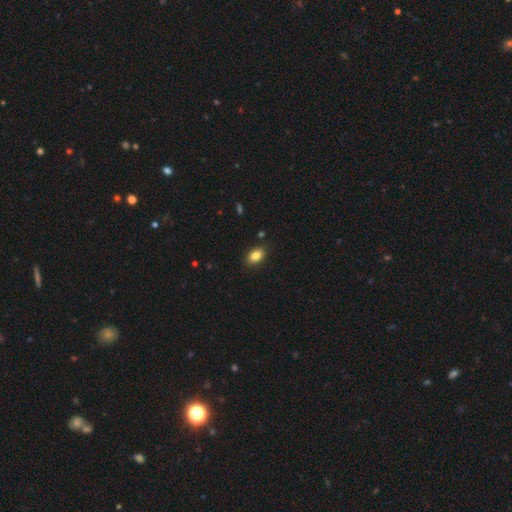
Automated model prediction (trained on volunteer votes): smooth_or_featured: smooth (p=0.84) [alt: star or artifact p=0.09]
how_rounded: in between (p=0.84) [alt: round p=0.14]
merging: none (p=0.86) [alt: minor disturbance p=0.11]